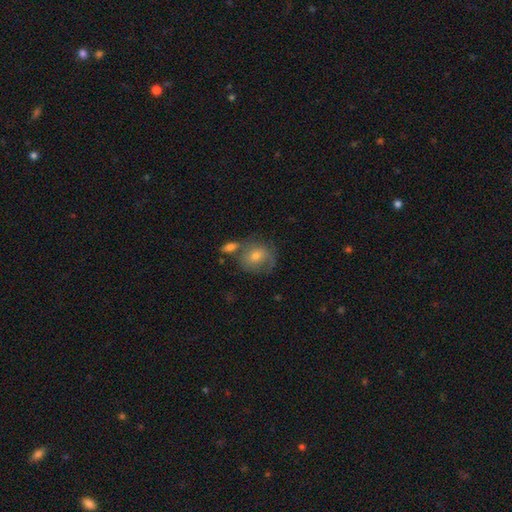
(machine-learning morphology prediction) A smooth galaxy with no disk features (59%) that is round (71%).

Vote fractions:
- Smooth or featured? smooth: 59% / featured or disk: 31% / star or artifact: 10%
- How rounded? round: 71% / in between: 27% / cigar-shaped: 1%
- Merging? none: 53% / merger: 21% / minor disturbance: 18% / major disturbance: 8%